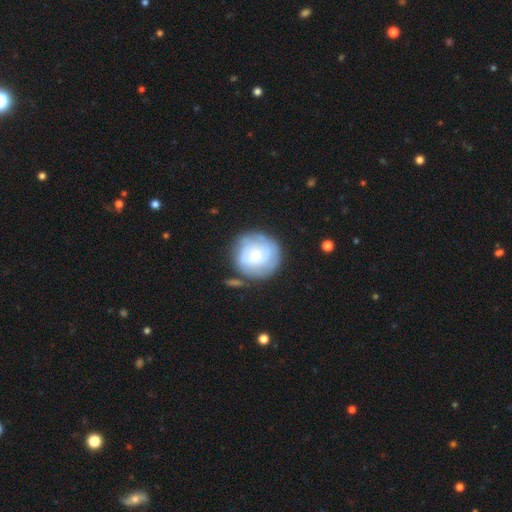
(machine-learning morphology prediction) Smooth or featured?
  - featured or disk: 58% *
  - smooth: 36%
  - star or artifact: 6%
Edge-on disk?
  - no: 97% *
  - yes: 3%
Bar?
  - no: 70% *
  - weak: 25%
  - strong: 5%
Spiral arms?
  - yes: 75% *
  - no: 25%
Bulge size?
  - moderate: 49% *
  - small: 38%
  - large: 9%
  - none: 2%
  - dominant: 2%
Merging?
  - none: 72% *
  - minor disturbance: 16%
  - major disturbance: 7%
  - merger: 5%